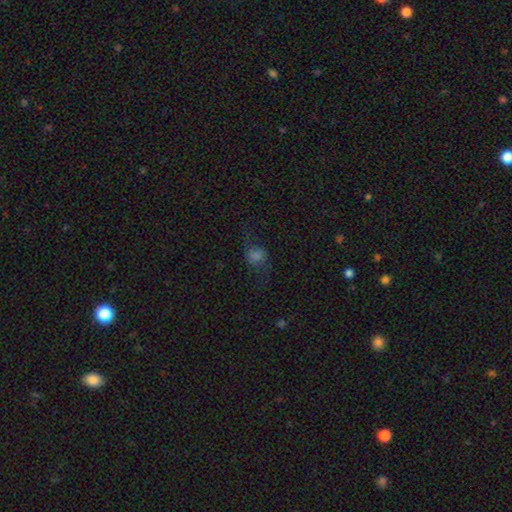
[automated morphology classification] smooth_or_featured: smooth (p=0.49) [alt: featured or disk p=0.32]
merging: none (p=0.54) [alt: major disturbance p=0.24]